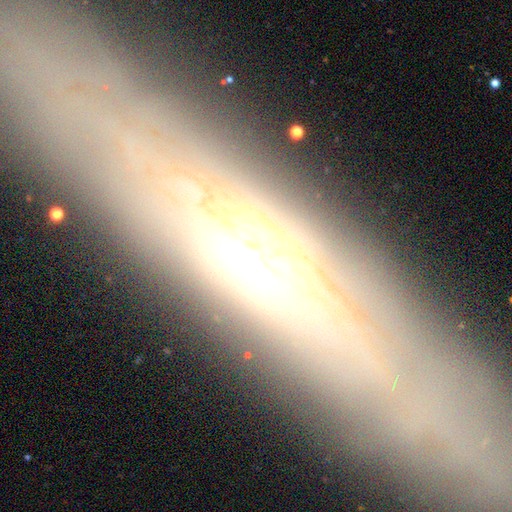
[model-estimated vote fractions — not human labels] smooth_or_featured: featured or disk (p=0.63) [alt: smooth p=0.25]
disk_edge_on: yes (p=0.63) [alt: no p=0.37]
merging: none (p=0.78) [alt: minor disturbance p=0.14]